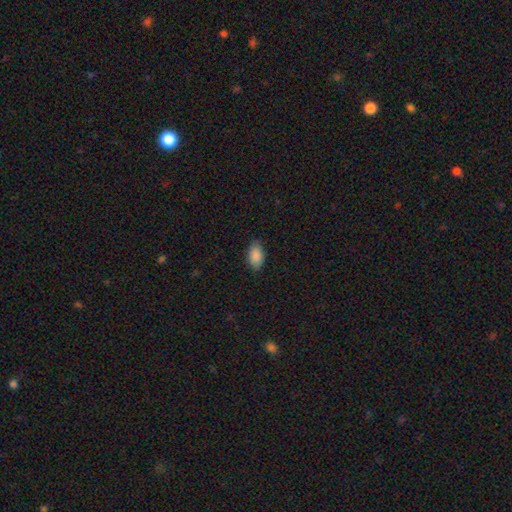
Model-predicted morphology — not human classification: smooth 89%, star or artifact 7%, featured or disk 4%. Down the decision tree: how rounded — in between (93%); merging — none (82%).